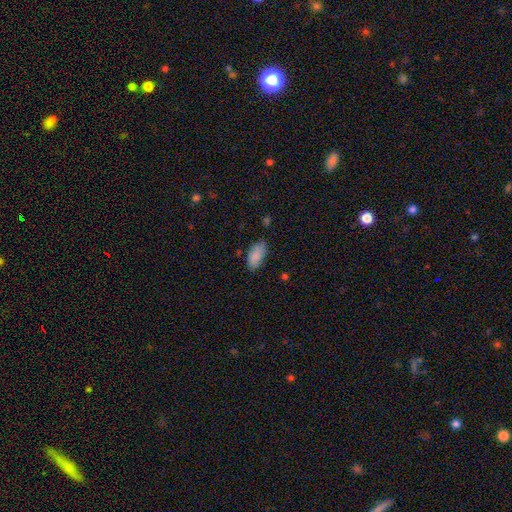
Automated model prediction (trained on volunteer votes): Smooth or featured? Predicted: smooth (p=0.87). How rounded? Predicted: in between (p=0.92). Merging? Predicted: none (p=0.76).